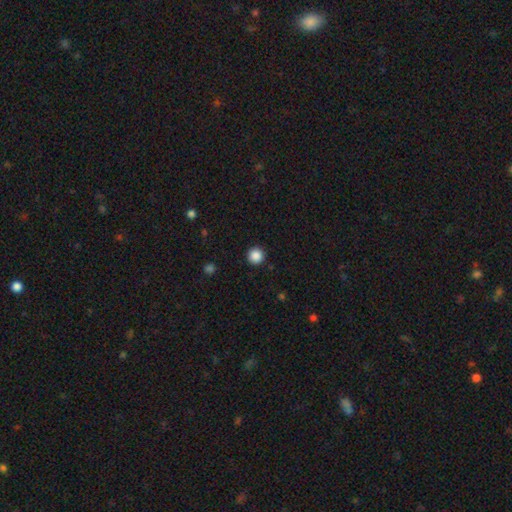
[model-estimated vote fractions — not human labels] Smooth or featured? smooth (87%)
How rounded? round (96%)
Merging? none (92%)